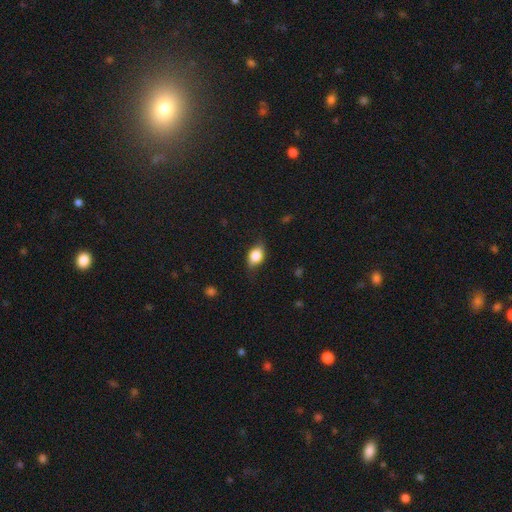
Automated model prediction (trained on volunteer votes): The model was most divided on "merging": none: 72%, minor disturbance: 21%, major disturbance: 6%, merger: 1%. More confident: how rounded — in between (75%); smooth or featured — smooth (73%).